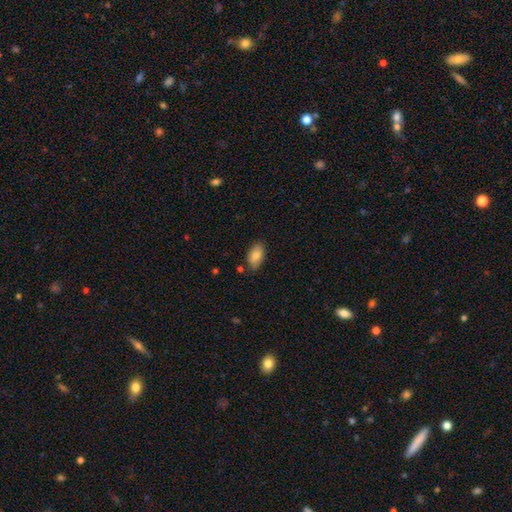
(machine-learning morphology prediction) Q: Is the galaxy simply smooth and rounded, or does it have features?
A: smooth — 83%.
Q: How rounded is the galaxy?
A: in between — 93%.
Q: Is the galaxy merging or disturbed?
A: none — 81%.